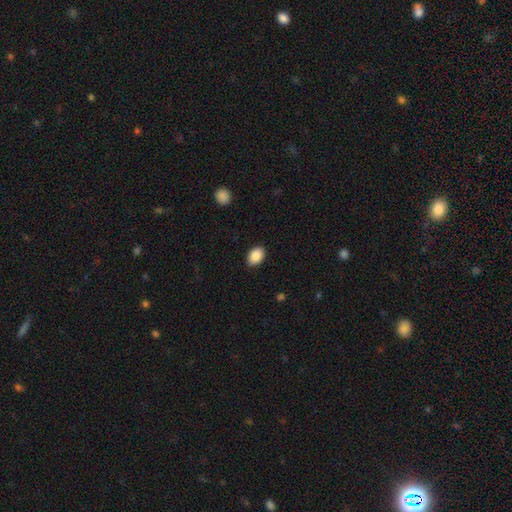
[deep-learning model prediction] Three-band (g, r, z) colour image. It shows a smooth galaxy with no disk features (89%) that is in between round and cigar-shaped (87%). Merging: none (89%).